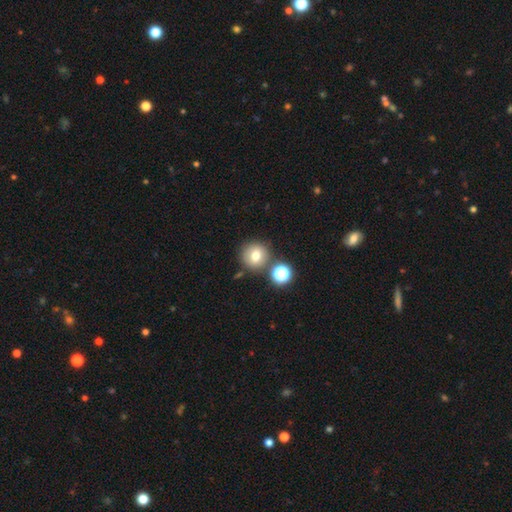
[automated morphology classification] A smooth galaxy with no disk features (74%) that is round (92%). Merging: none (75%).